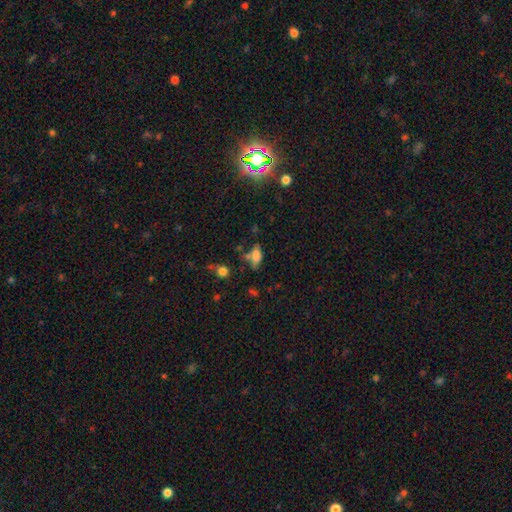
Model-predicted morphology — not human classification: Smooth or featured: smooth — 74% (featured or disk — 14%)
How rounded: in between — 82% (cigar-shaped — 13%)
Merging: none — 52% (minor disturbance — 24%)